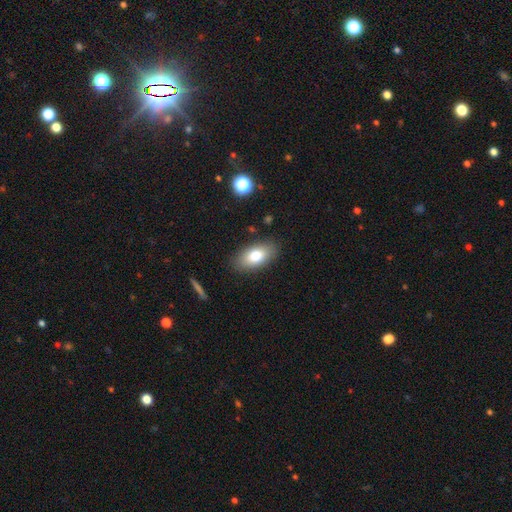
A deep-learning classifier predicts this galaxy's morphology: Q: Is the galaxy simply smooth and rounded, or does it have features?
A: smooth — 78%.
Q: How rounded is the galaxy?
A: in between — 91%.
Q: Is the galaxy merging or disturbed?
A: none — 86%.